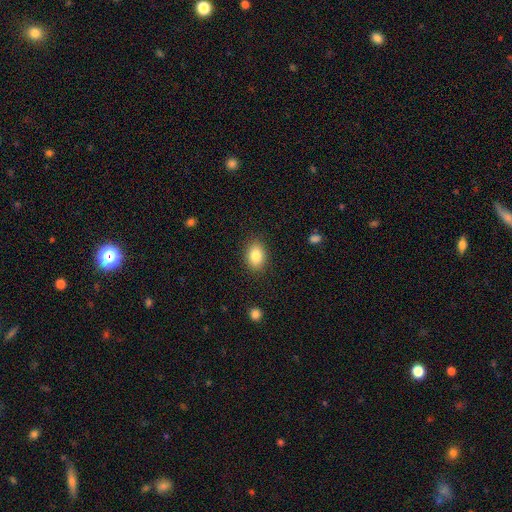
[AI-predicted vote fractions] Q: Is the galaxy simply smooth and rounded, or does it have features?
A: smooth — 84%.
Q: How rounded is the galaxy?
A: in between — 74%.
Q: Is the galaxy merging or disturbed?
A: none — 87%.